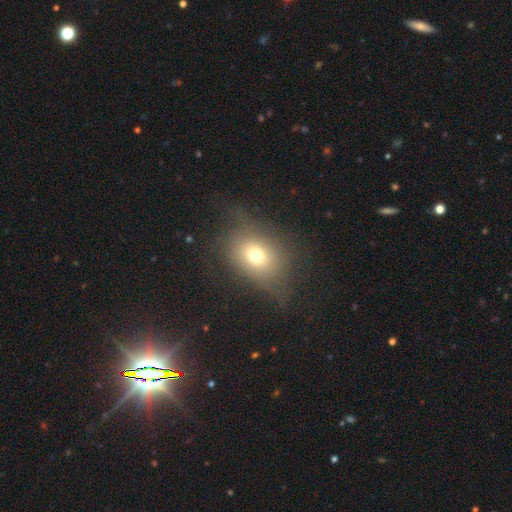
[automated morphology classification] A smooth galaxy with no disk features (66%) that is in between round and cigar-shaped (49%, tied with round). Merging: none (56%).